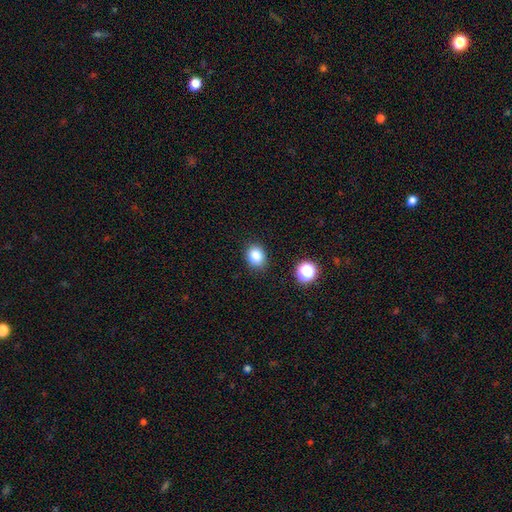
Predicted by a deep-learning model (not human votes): A smooth galaxy with no disk features (84%) that is round (60%). Merging: none (86%).